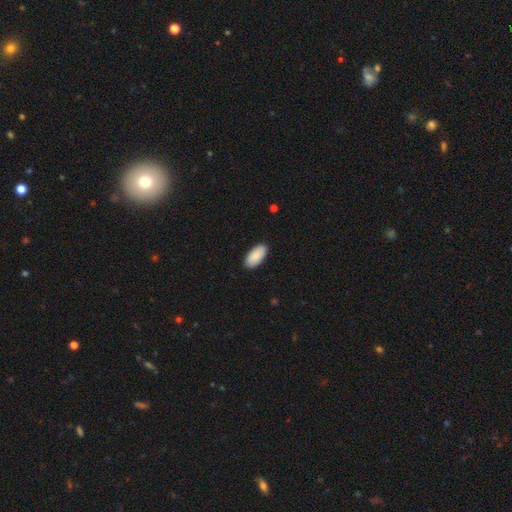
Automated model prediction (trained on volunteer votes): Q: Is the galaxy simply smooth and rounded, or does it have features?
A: smooth — 89%.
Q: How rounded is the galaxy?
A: in between — 95%.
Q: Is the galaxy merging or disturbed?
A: none — 89%.